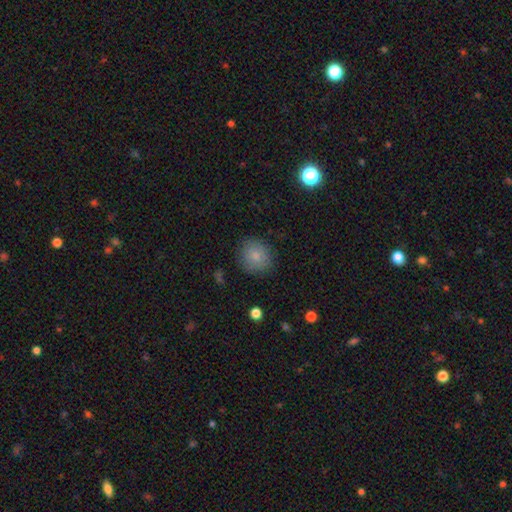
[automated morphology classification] Smooth or featured? Predicted: smooth (p=0.84). How rounded? Predicted: round (p=0.82). Merging? Predicted: none (p=0.83).